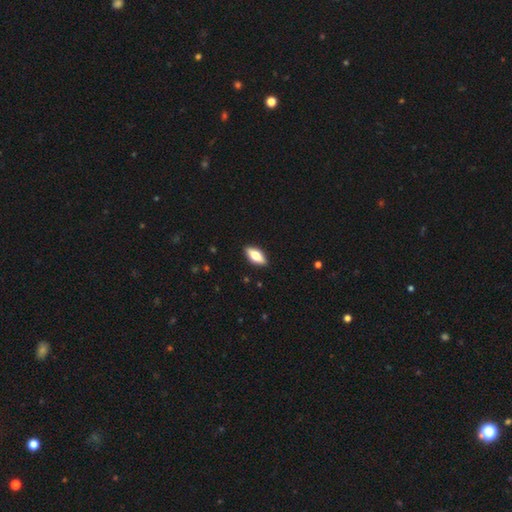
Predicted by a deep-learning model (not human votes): Smooth or featured? smooth (67%)
How rounded? in between (80%)
Merging? none (89%)